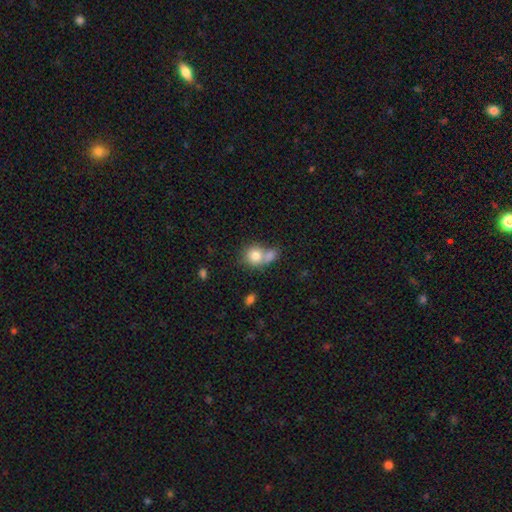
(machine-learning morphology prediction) type=smooth (79%); roundness=round (76%); merging=merger (52%).